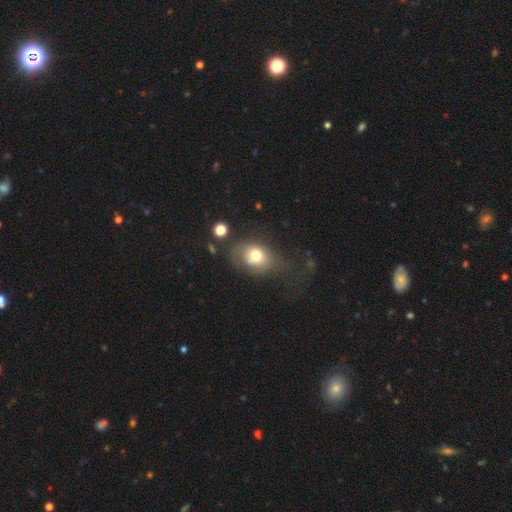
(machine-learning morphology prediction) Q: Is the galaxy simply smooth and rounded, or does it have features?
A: smooth — 72%.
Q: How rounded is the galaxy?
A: in between — 60%.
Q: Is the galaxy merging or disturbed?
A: none — 42%.